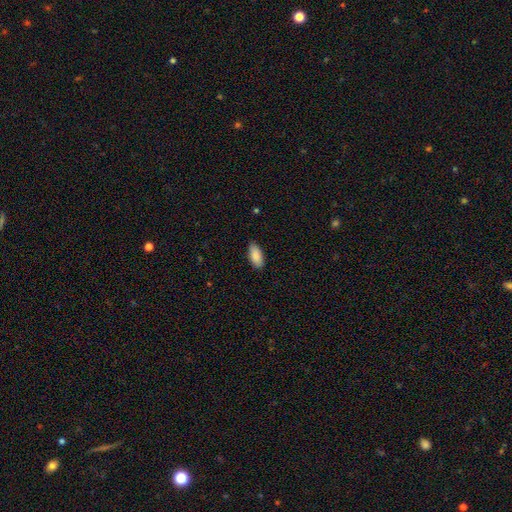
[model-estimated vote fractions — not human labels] Smooth or featured: smooth — 88% (star or artifact — 6%)
How rounded: in between — 89% (cigar-shaped — 9%)
Merging: none — 83% (minor disturbance — 14%)